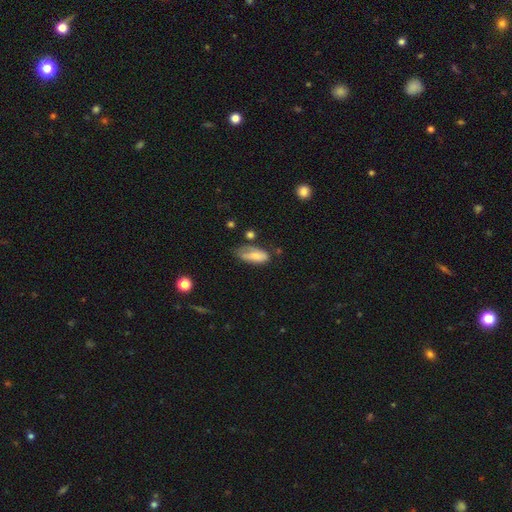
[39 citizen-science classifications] This is likely a smooth galaxy (62%). How rounded: clearly in between (88%). Merging: possibly none (49%).